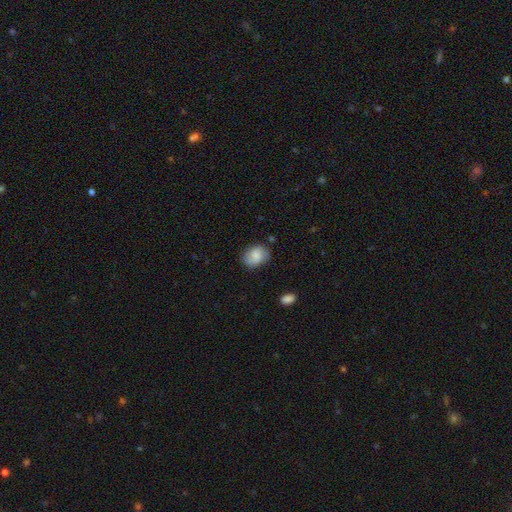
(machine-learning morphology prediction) Smooth or featured? smooth (73%)
How rounded? in between (63%)
Merging? none (70%)